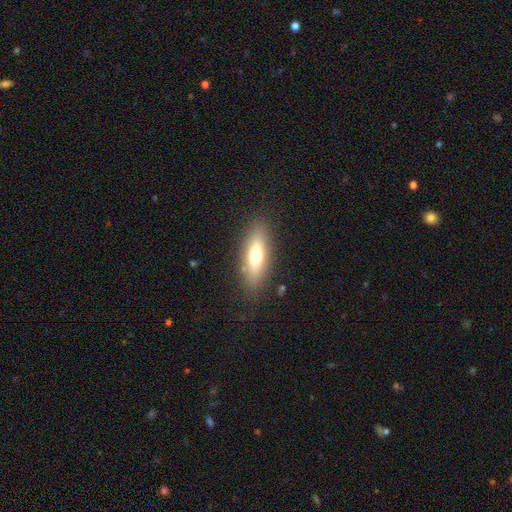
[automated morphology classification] Q: Smooth or featured?
A: smooth (63%); runner-up: featured or disk (29%)
Q: How rounded?
A: in between (55%); runner-up: cigar-shaped (42%)
Q: Merging?
A: none (85%); runner-up: minor disturbance (11%)